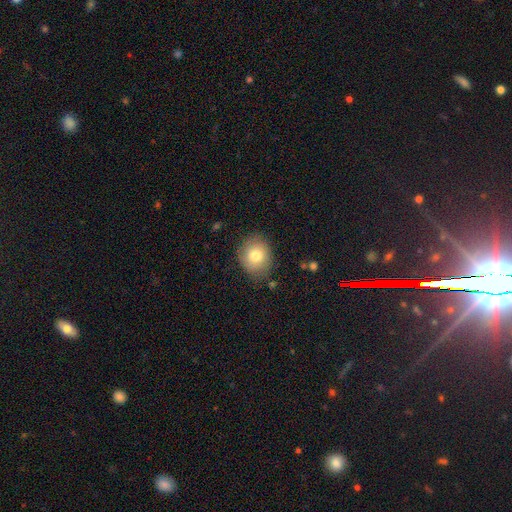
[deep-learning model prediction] Smooth or featured: smooth — 77% (featured or disk — 14%)
How rounded: round — 68% (in between — 31%)
Merging: none — 79% (minor disturbance — 16%)